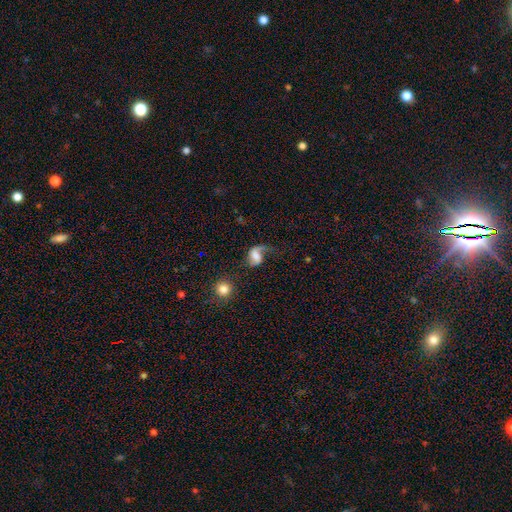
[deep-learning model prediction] smooth_or_featured: featured or disk (p=0.70) [alt: smooth p=0.21]
disk_edge_on: no (p=0.98) [alt: yes p=0.02]
bar: weak (p=0.42) [alt: no p=0.41]
has_spiral_arms: yes (p=0.93) [alt: no p=0.07]
spiral_winding: loose (p=0.72) [alt: medium p=0.23]
spiral_arm_count: 2 (p=0.62) [alt: 1 p=0.33]
bulge_size: moderate (p=0.35) [alt: small p=0.27]
merging: none (p=0.43) [alt: major disturbance p=0.31]